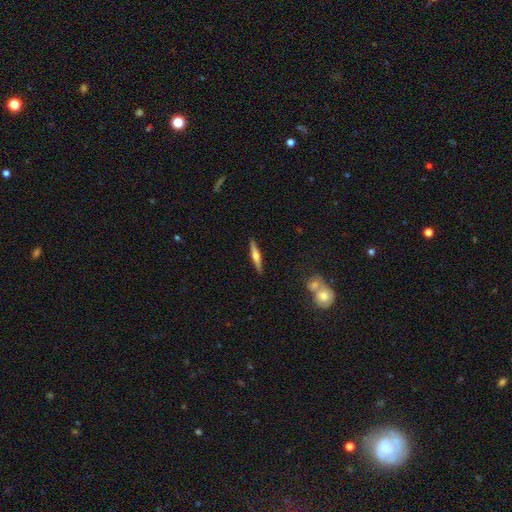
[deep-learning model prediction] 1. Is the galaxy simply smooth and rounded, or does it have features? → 58% featured or disk, 36% smooth, 6% star or artifact.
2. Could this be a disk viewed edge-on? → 96% yes, 4% no.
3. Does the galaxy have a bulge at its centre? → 87% rounded, 7% boxy, 6% none.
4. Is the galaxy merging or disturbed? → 90% none, 7% minor disturbance, 2% merger, 2% major disturbance.